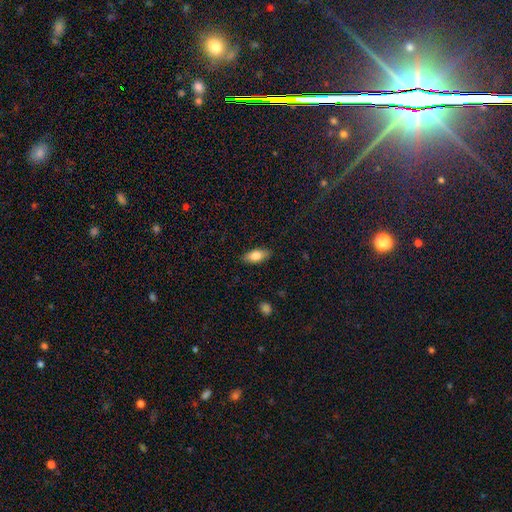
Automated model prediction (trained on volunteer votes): Smooth or featured: smooth — 78% (featured or disk — 15%)
How rounded: in between — 84% (cigar-shaped — 13%)
Merging: none — 88% (minor disturbance — 9%)